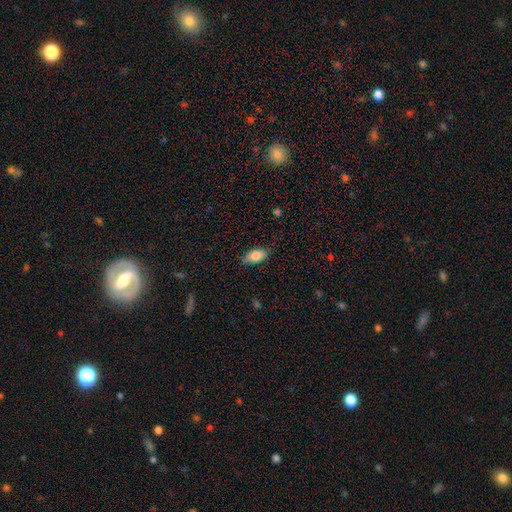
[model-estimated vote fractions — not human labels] The model was most divided on "merging": none: 78%, minor disturbance: 18%, major disturbance: 3%, merger: 1%. More confident: how rounded — in between (90%); smooth or featured — smooth (83%).